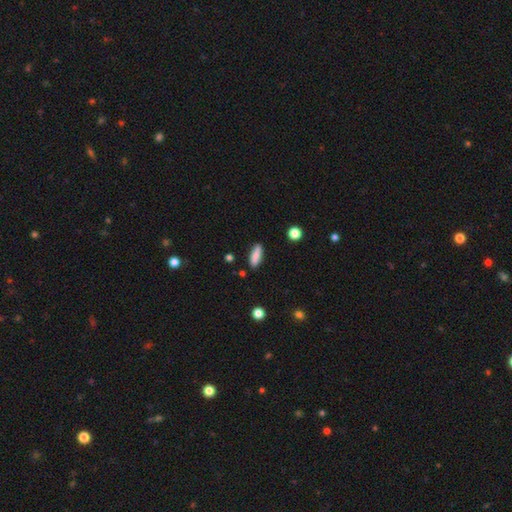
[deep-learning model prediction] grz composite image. It shows a smooth galaxy with no disk features (86%) that is cigar-shaped (53%). Merging: none (87%).